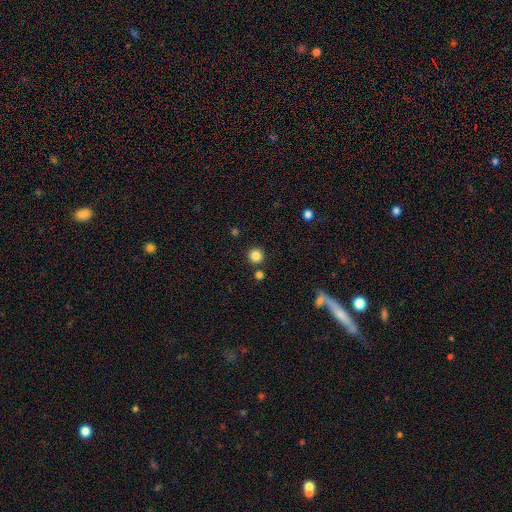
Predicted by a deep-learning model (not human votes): Smooth or featured: smooth — 84% (star or artifact — 12%)
How rounded: round — 94% (in between — 5%)
Merging: none — 86% (minor disturbance — 6%)